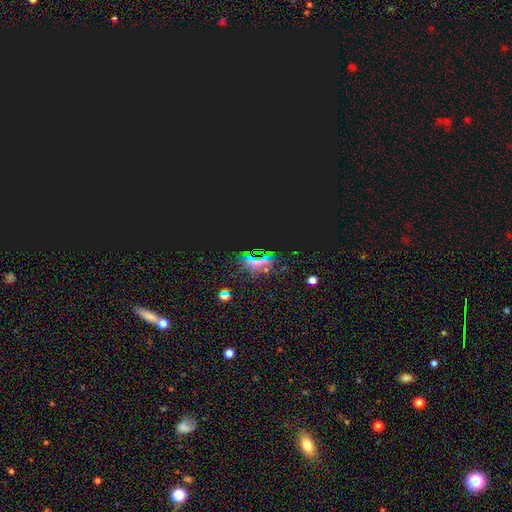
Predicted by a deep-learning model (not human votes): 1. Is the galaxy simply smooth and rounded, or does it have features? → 70% star or artifact, 20% smooth, 10% featured or disk.